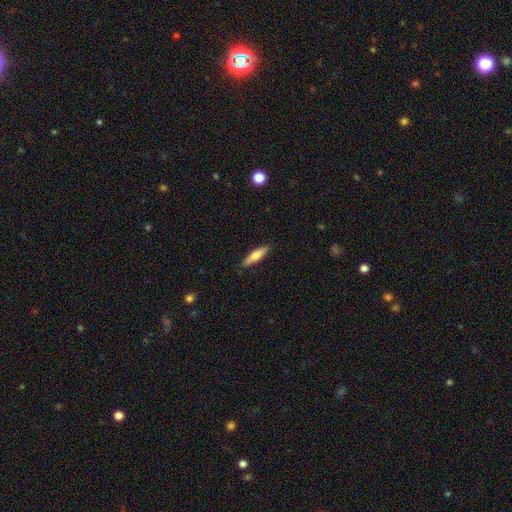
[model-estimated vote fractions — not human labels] The model was most divided on "smooth or featured": smooth: 68%, featured or disk: 27%, star or artifact: 6%. More confident: merging — none (89%); how rounded — cigar-shaped (70%).